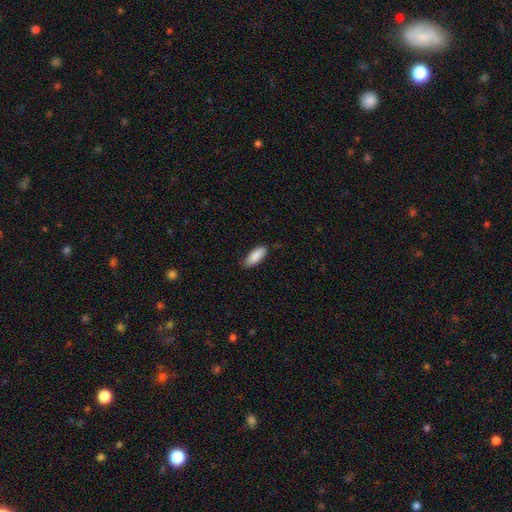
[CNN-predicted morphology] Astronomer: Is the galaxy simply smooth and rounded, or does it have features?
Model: smooth — 88%.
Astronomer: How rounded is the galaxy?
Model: in between — 79%.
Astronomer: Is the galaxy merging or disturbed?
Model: none — 78%.